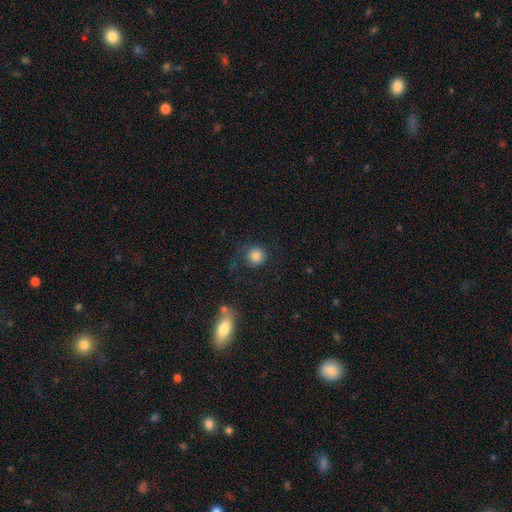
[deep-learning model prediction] Smooth or featured? smooth (82%)
How rounded? round (93%)
Merging? none (80%)